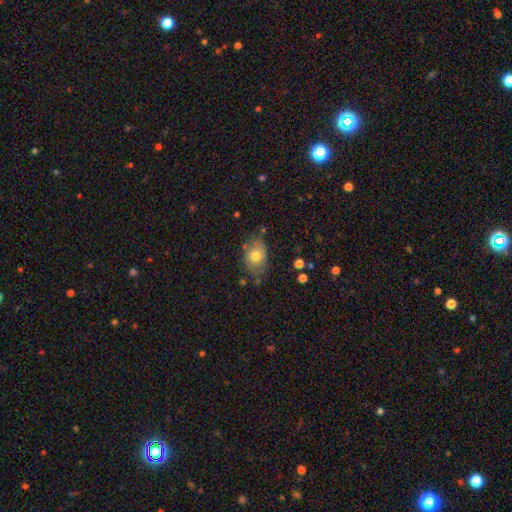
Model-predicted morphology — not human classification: smooth_or_featured: smooth (p=0.74) [alt: featured or disk p=0.17]
how_rounded: in between (p=0.73) [alt: round p=0.26]
merging: none (p=0.69) [alt: minor disturbance p=0.22]